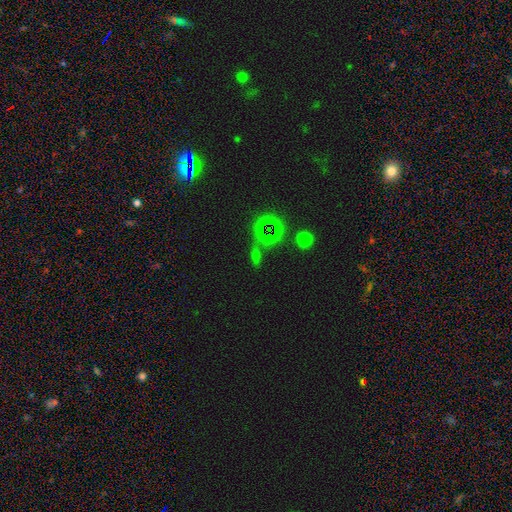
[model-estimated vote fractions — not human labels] Morphology: type=star or artifact (49%).